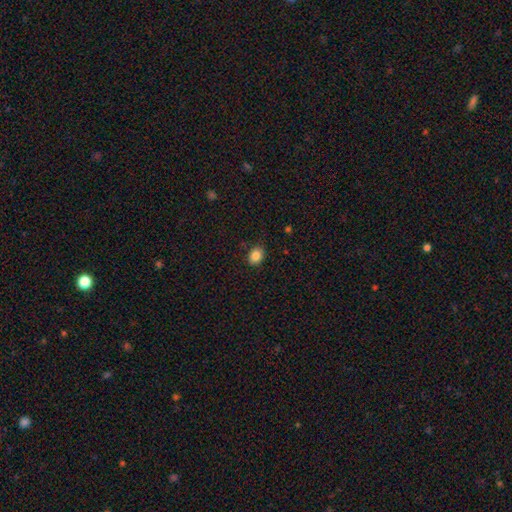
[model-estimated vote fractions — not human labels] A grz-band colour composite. It shows a smooth galaxy with no disk features (86%) that is in between round and cigar-shaped (56%). Merging: none (84%).